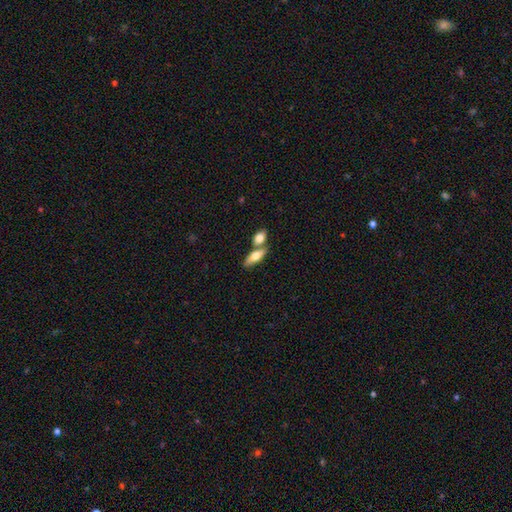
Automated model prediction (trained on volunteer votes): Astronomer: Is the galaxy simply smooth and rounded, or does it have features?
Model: smooth — 67%.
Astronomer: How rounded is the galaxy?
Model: in between — 69%.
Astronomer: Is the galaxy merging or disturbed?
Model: none — 45% (runner-up: merger, 42%).